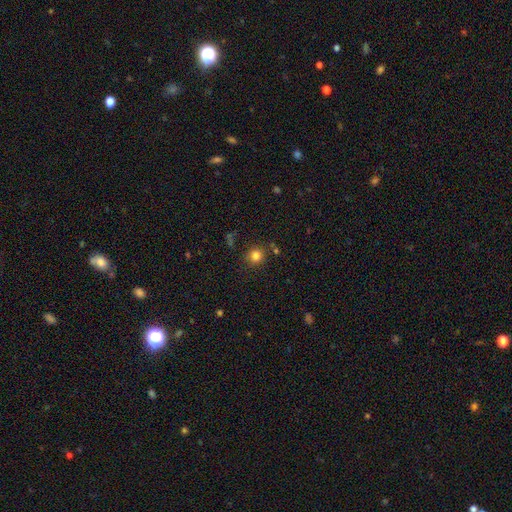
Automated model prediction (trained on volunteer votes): This is clearly a smooth galaxy (82%). How rounded: clearly round (87%). Merging: clearly none (83%).